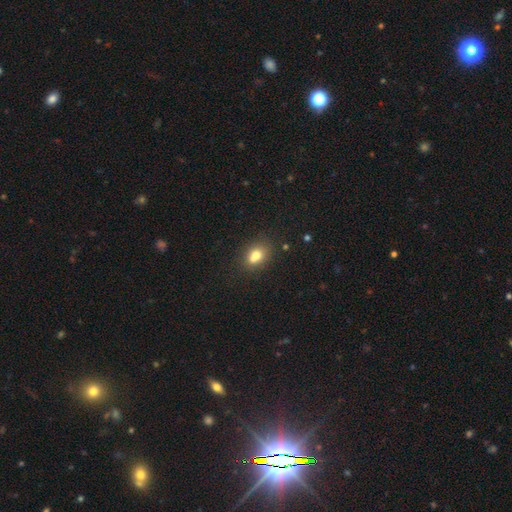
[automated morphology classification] Smooth or featured? Predicted: smooth (p=0.75). How rounded? Predicted: in between (p=0.64). Merging? Predicted: none (p=0.49).